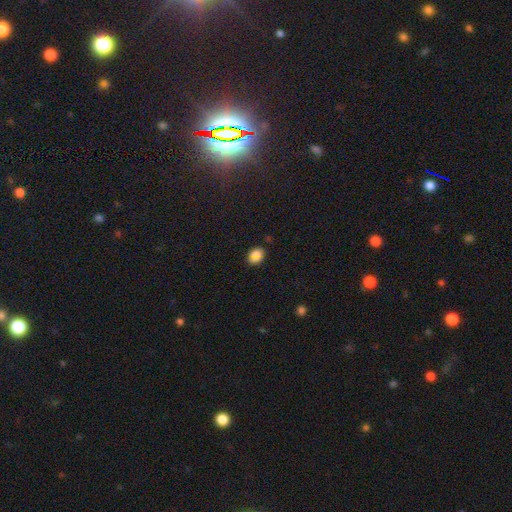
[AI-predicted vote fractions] Smooth or featured?
  - smooth: 66% *
  - star or artifact: 26%
  - featured or disk: 8%
How rounded?
  - in between: 52% *
  - round: 46%
  - cigar-shaped: 3%
Merging?
  - none: 81% *
  - minor disturbance: 10%
  - merger: 5%
  - major disturbance: 4%